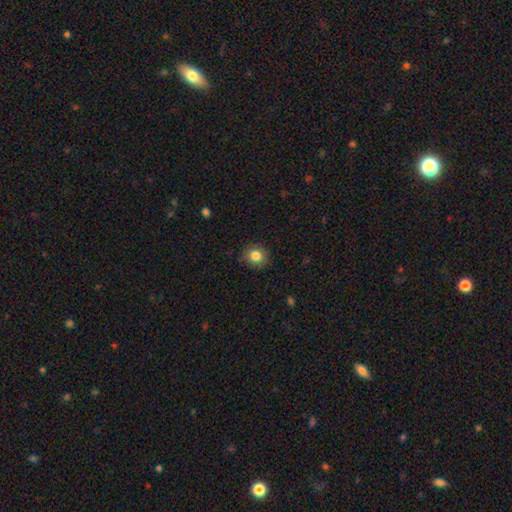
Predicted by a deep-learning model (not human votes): smooth 84%, star or artifact 10%, featured or disk 7%. Down the decision tree: how rounded — round (80%); merging — none (88%).